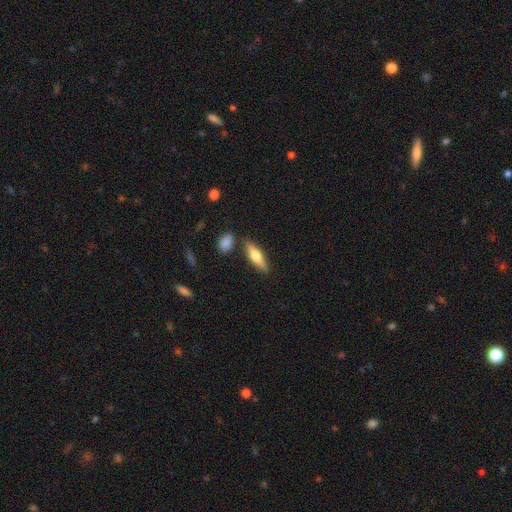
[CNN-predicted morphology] Smooth or featured? Predicted: smooth (p=0.59). How rounded? Predicted: cigar-shaped (p=0.56). Merging? Predicted: none (p=0.82).